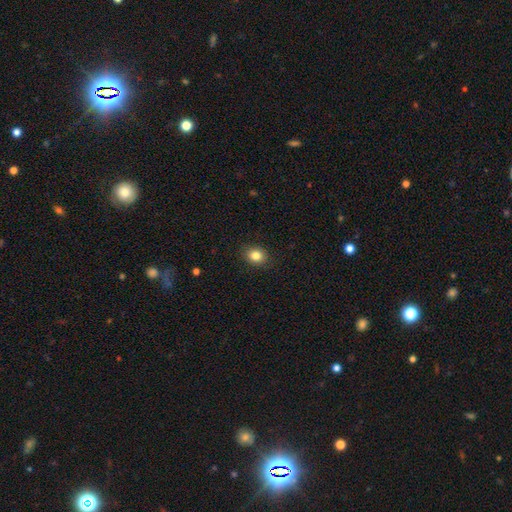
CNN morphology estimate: smooth-or-featured: smooth: 83% | star or artifact: 10% | featured or disk: 7%
  how-rounded: round: 57% | in between: 43% | cigar-shaped: 1%
  merging: none: 89% | minor disturbance: 8% | major disturbance: 2% | merger: 1%